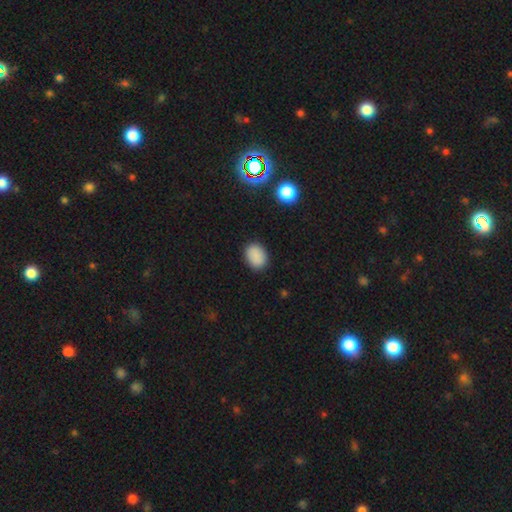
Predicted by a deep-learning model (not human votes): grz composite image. It shows a smooth galaxy with no disk features (87%) that is in between round and cigar-shaped (66%). Merging: none (87%).